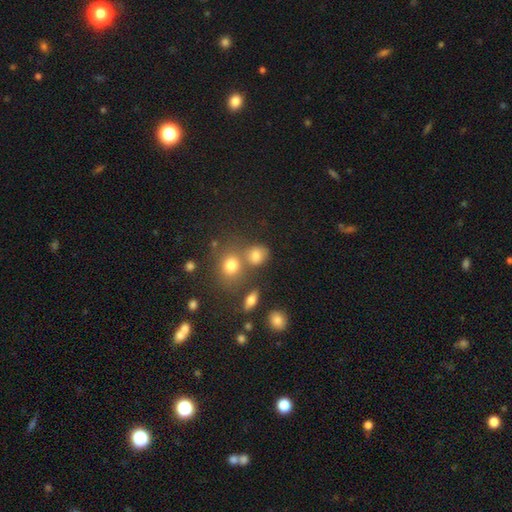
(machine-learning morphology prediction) A smooth galaxy with no disk features (77%) that is round (60%). Merging: none (56%).